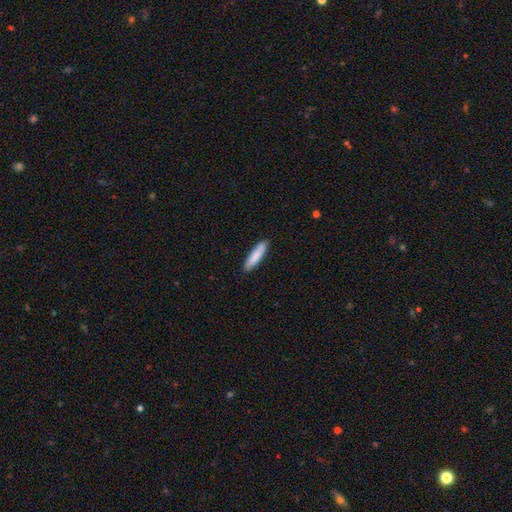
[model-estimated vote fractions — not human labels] Smooth or featured?
  - smooth: 83% *
  - featured or disk: 11%
  - star or artifact: 5%
How rounded?
  - cigar-shaped: 79% *
  - in between: 19%
  - round: 1%
Merging?
  - none: 88% *
  - minor disturbance: 9%
  - major disturbance: 2%
  - merger: 1%